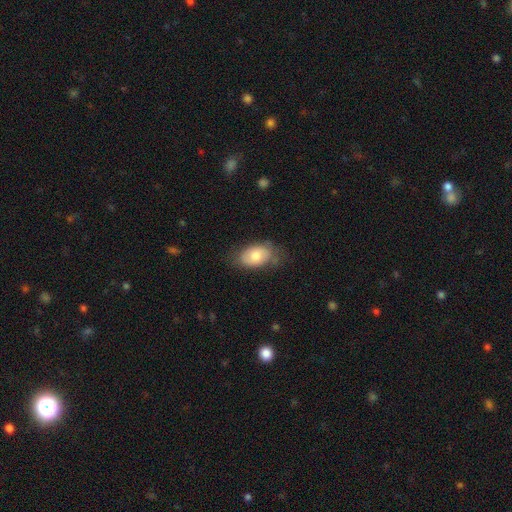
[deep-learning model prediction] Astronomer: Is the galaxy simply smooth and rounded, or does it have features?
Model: smooth — 71%.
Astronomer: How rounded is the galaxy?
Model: in between — 89%.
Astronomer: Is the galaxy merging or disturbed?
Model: none — 65%.